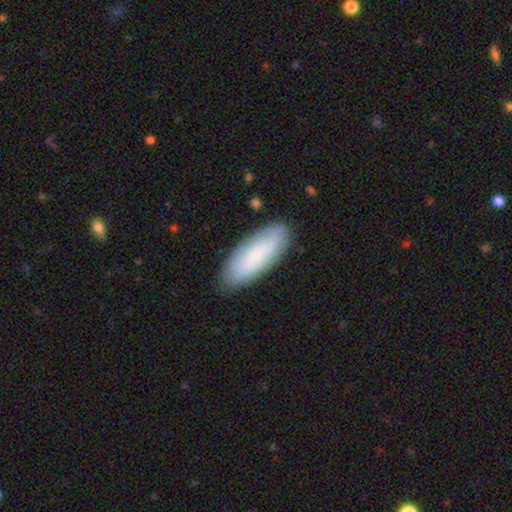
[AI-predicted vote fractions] Q: Smooth or featured?
A: smooth (53%); runner-up: featured or disk (40%)
Q: How rounded?
A: in between (75%); runner-up: cigar-shaped (23%)
Q: Merging?
A: none (81%); runner-up: minor disturbance (14%)